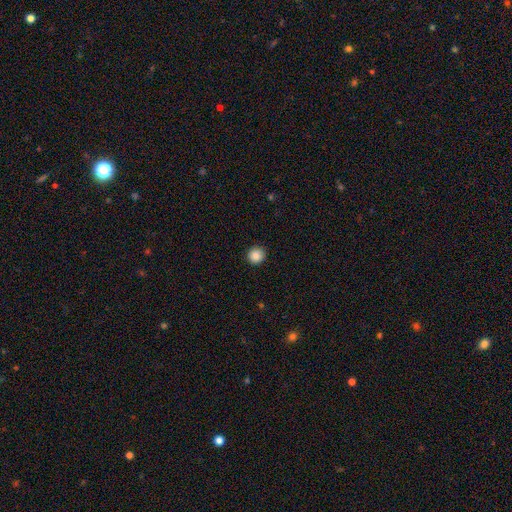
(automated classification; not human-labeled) Morphology: type=smooth (87%); roundness=round (94%); merging=none (93%).